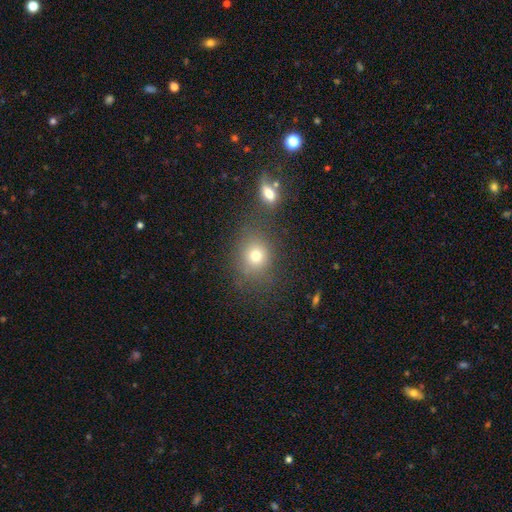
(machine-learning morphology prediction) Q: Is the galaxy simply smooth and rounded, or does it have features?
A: smooth — 75%.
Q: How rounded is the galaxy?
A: round — 68%.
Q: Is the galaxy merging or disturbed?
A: none — 67%.